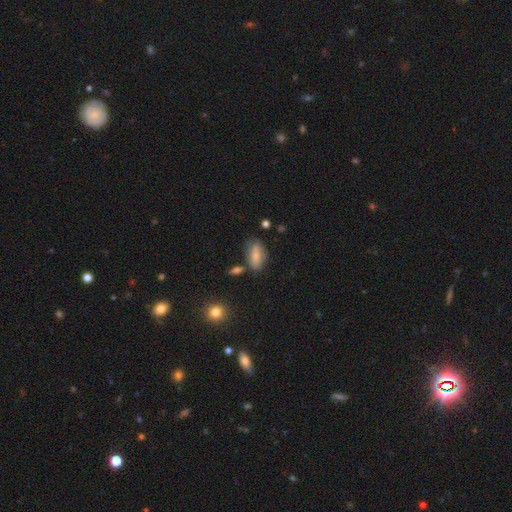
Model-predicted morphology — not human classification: smooth 74%, featured or disk 18%, star or artifact 8%. Down the decision tree: how rounded — in between (86%); merging — none (64%).